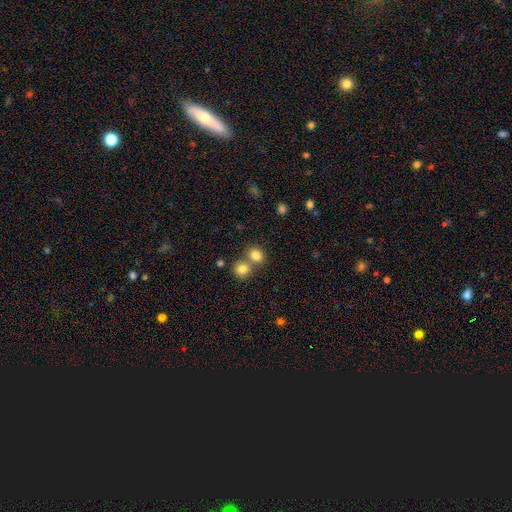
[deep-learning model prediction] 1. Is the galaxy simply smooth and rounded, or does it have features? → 81% smooth, 11% star or artifact, 7% featured or disk.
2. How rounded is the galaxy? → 73% round, 26% in between, 1% cigar-shaped.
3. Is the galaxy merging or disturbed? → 49% none, 41% merger, 7% minor disturbance, 3% major disturbance.